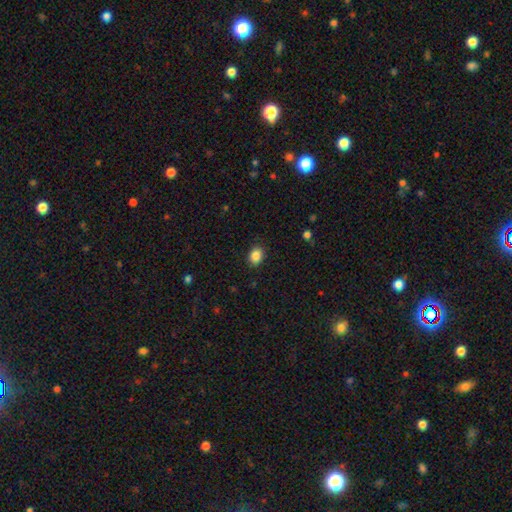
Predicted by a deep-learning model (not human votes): smooth 87%, star or artifact 9%, featured or disk 4%. Down the decision tree: how rounded — in between (61%); merging — none (89%).